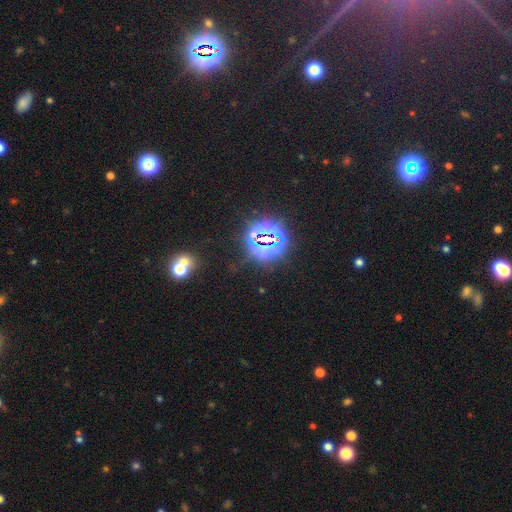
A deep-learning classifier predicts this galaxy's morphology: star or artifact 81%, smooth 12%, featured or disk 7%.